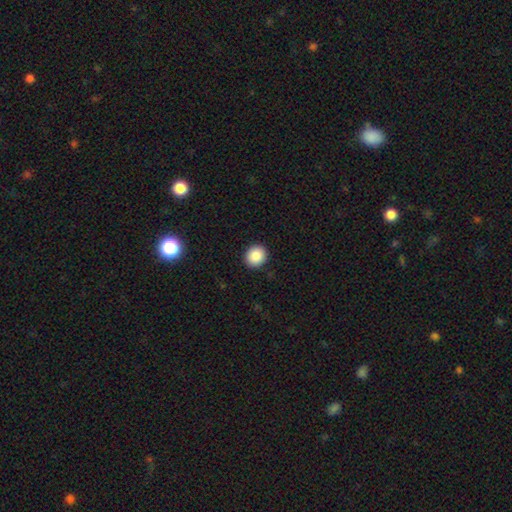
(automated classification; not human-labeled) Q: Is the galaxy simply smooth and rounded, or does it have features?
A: smooth — 87%.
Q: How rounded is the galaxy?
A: round — 78%.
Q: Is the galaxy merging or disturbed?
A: none — 92%.